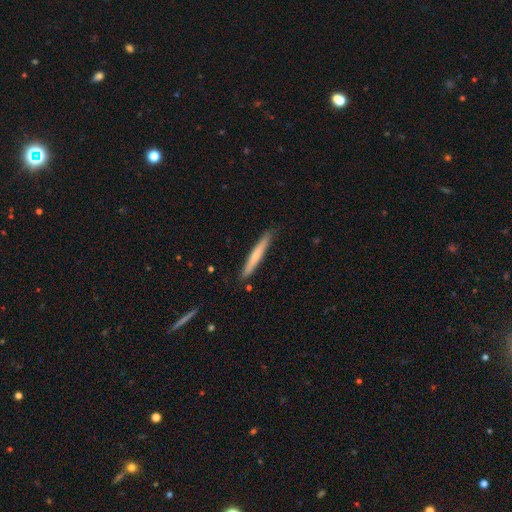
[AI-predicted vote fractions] A smooth galaxy with no disk features (56%) that is cigar-shaped (96%).

Vote fractions:
- Smooth or featured? smooth: 56% / featured or disk: 39% / star or artifact: 5%
- How rounded? cigar-shaped: 96% / in between: 3% / round: 1%
- Merging? none: 87% / minor disturbance: 10% / major disturbance: 2% / merger: 1%